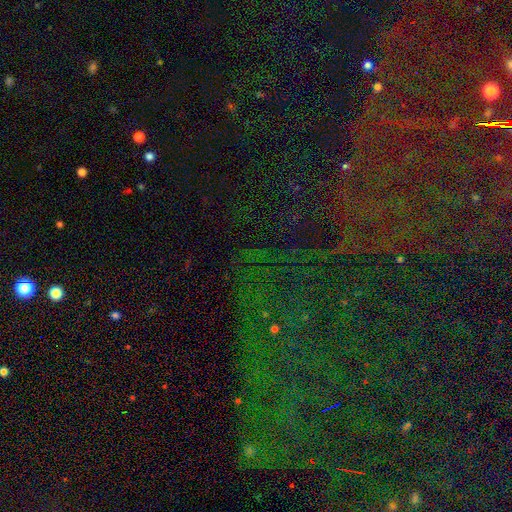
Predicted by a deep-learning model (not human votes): star or artifact 79%, smooth 12%, featured or disk 9%.